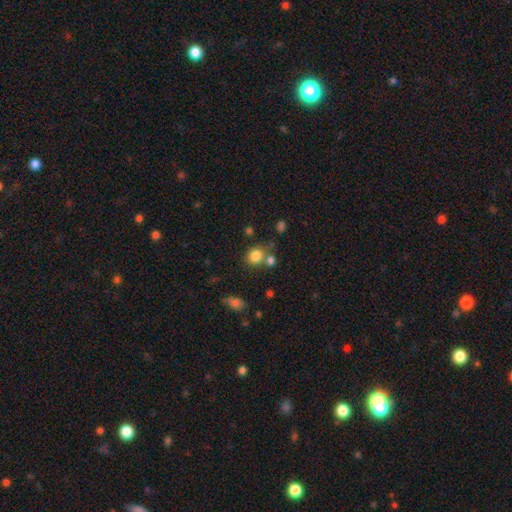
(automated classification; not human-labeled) This appears to be a smooth galaxy with no disk features (82%) that is round (76%). Merging: none (63%).